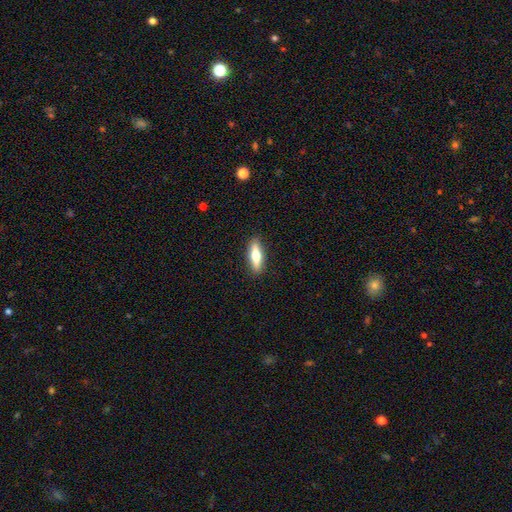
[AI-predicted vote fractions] Q: Smooth or featured?
A: smooth (59%); runner-up: featured or disk (35%)
Q: How rounded?
A: cigar-shaped (58%); runner-up: in between (40%)
Q: Merging?
A: none (89%); runner-up: minor disturbance (8%)